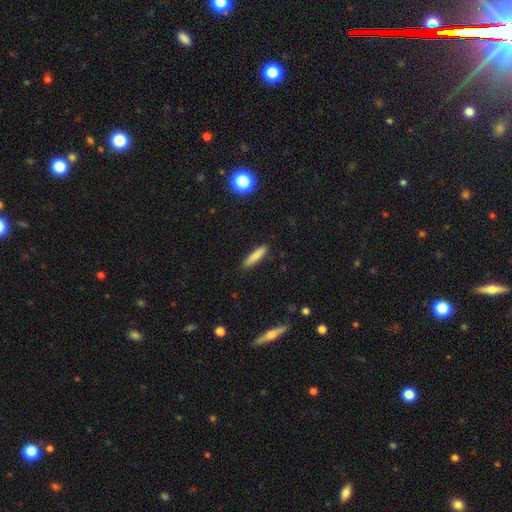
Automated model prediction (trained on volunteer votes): Morphology: type=smooth (82%); roundness=cigar-shaped (85%); merging=none (89%).